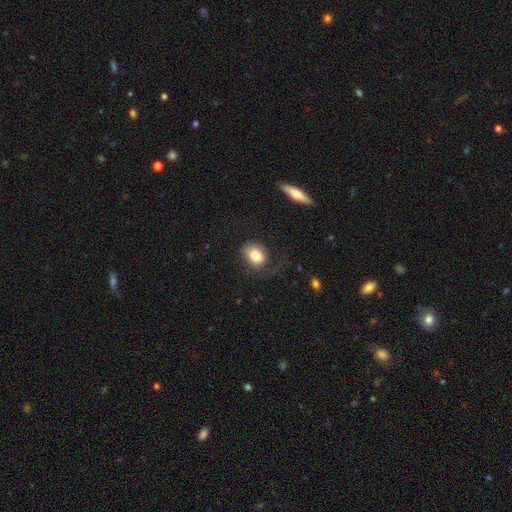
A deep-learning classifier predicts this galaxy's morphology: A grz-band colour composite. It shows a smooth galaxy with no disk features (79%) that is in between round and cigar-shaped (52%). Merging: none (57%).